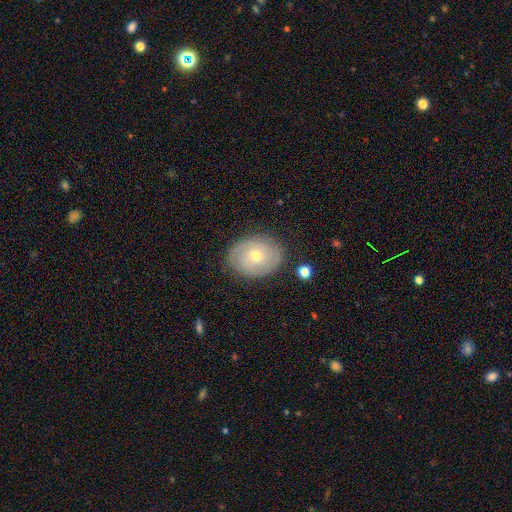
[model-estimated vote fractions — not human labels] This is possibly a featured or disk galaxy (58%). It is clearly not viewed edge-on (96%). Bar: likely no (80%). Spiral arm pattern: likely yes (75%). Central bulge: possibly small (56%). Merging: clearly none (82%).